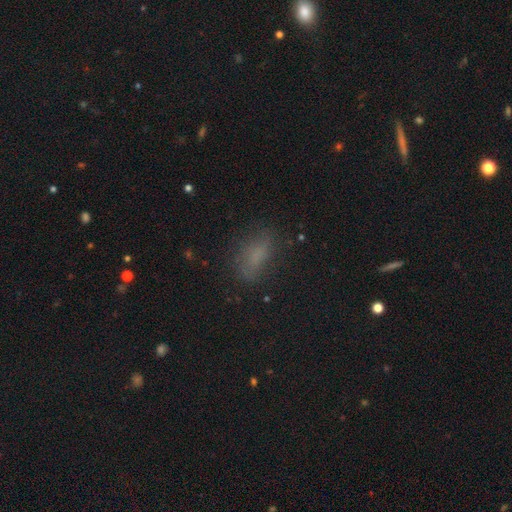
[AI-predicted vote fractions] Q: Smooth or featured?
A: smooth (73%); runner-up: star or artifact (16%)
Q: How rounded?
A: in between (82%); runner-up: cigar-shaped (10%)
Q: Merging?
A: none (71%); runner-up: minor disturbance (18%)